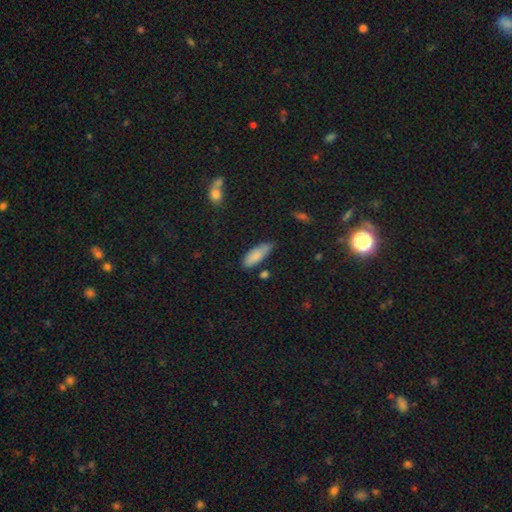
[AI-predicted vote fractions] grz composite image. It shows a smooth galaxy with no disk features (84%) that is in between round and cigar-shaped (71%). Merging: none (52%).